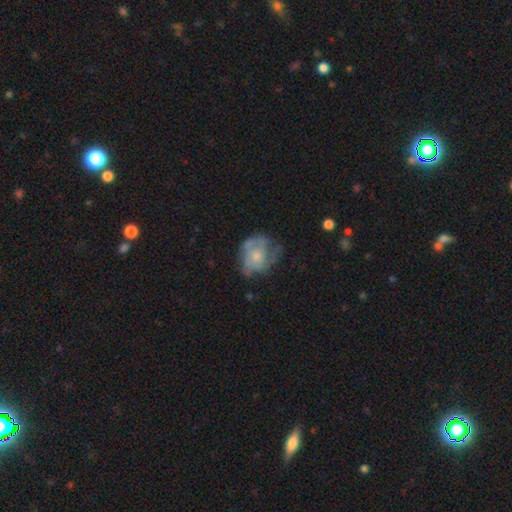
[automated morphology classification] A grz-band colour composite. It shows a featured or disk galaxy (55%) with no bar (83%), spiral arms (54%) and a moderate central bulge (46%). Merging: none (46%).